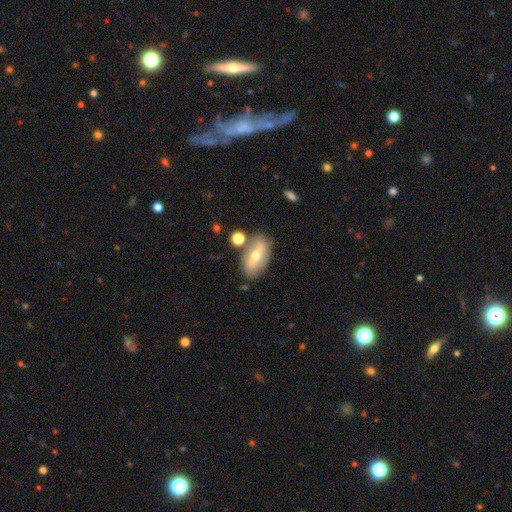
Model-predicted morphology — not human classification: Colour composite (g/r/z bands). It shows a featured or disk galaxy (49%). Merging: none (72%).